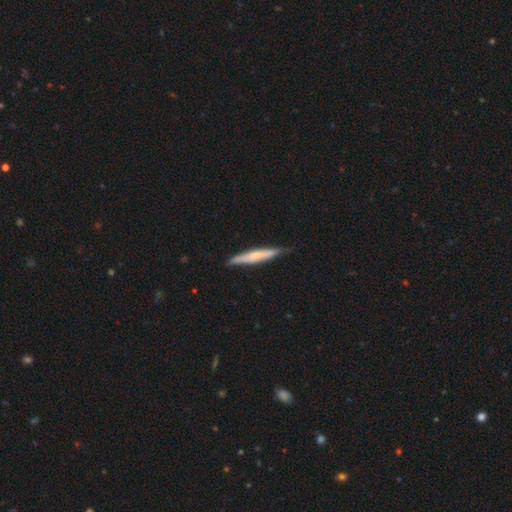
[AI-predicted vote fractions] This is possibly a smooth galaxy (48%). Merging: clearly none (82%).